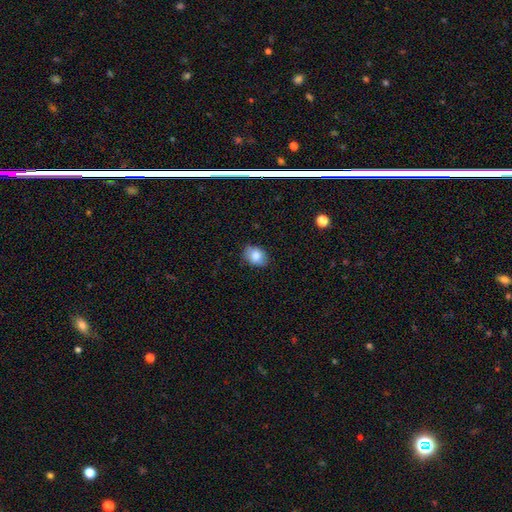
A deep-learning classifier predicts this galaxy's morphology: Smooth or featured: smooth — 82% (star or artifact — 9%)
How rounded: in between — 65% (round — 34%)
Merging: none — 80% (minor disturbance — 16%)